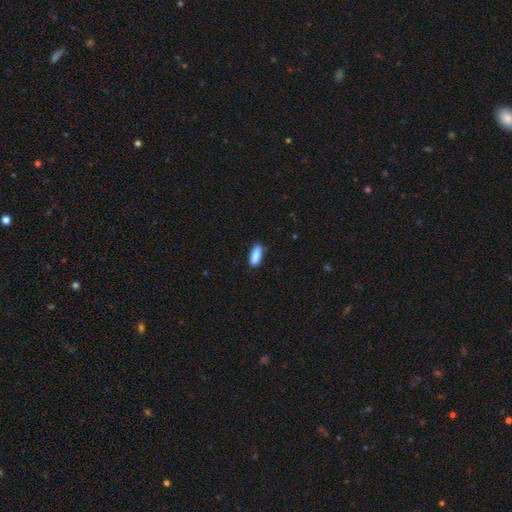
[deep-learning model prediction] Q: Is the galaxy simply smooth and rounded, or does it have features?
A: smooth — 89%.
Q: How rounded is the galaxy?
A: in between — 64%.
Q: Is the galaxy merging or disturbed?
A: none — 86%.